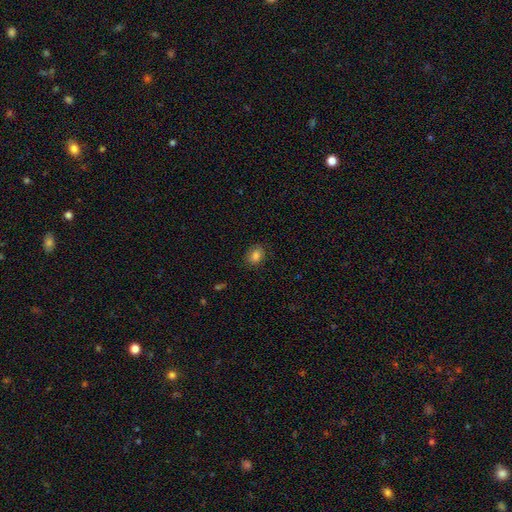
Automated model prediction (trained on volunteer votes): A smooth galaxy with no disk features (82%) that is in between round and cigar-shaped (61%). Merging: none (83%).